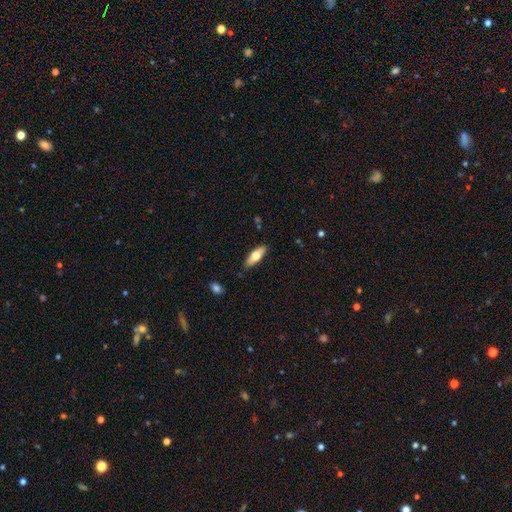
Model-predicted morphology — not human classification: type=smooth (58%); roundness=in between (61%); merging=none (87%).